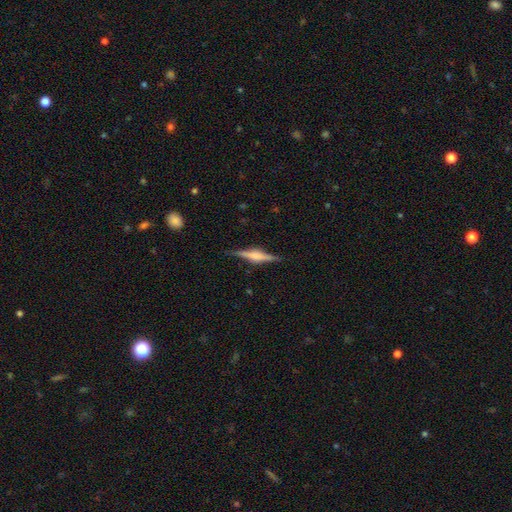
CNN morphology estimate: type=featured or disk (75%); edge-on=yes (98%); edge-on bulge=rounded (68%); merging=none (87%).